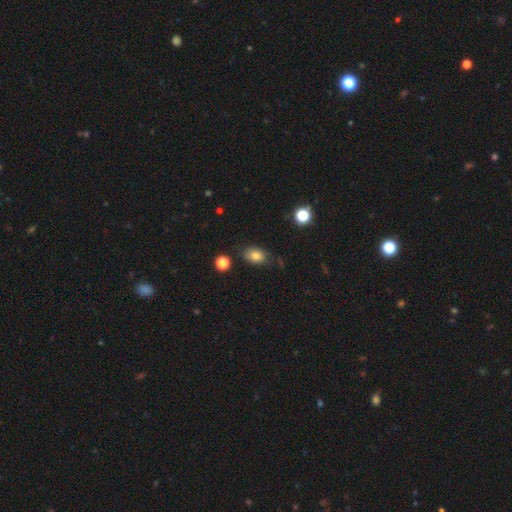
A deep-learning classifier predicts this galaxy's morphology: type=smooth (79%); roundness=in between (76%); merging=none (72%).